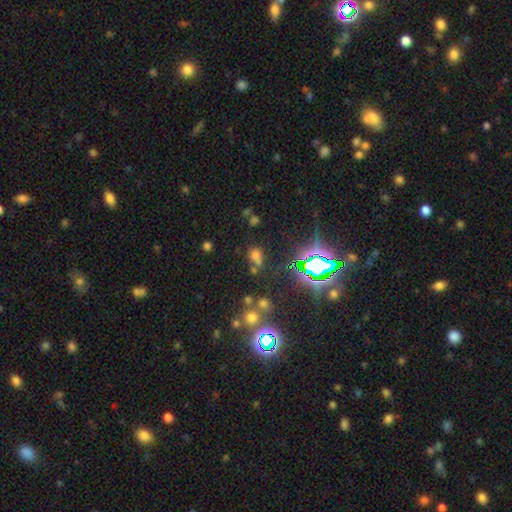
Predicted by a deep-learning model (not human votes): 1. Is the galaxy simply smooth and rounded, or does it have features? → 49% smooth, 40% star or artifact, 11% featured or disk.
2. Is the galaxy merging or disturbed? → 56% none, 23% merger, 14% minor disturbance, 7% major disturbance.